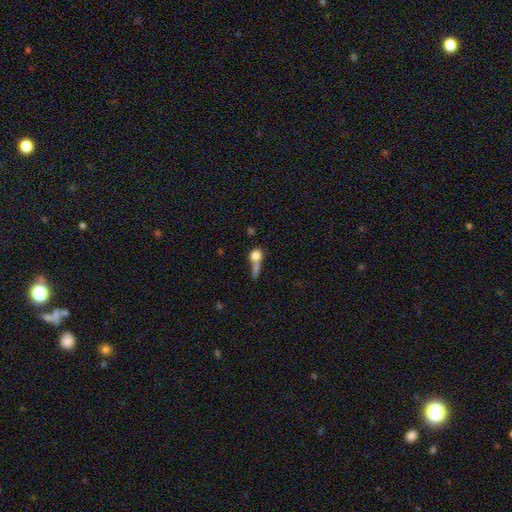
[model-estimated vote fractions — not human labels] A smooth galaxy with no disk features (72%) that is round (67%).

Vote fractions:
- Smooth or featured? smooth: 72% / featured or disk: 17% / star or artifact: 11%
- How rounded? round: 67% / in between: 22% / cigar-shaped: 11%
- Merging? merger: 43% / none: 30% / major disturbance: 15% / minor disturbance: 12%